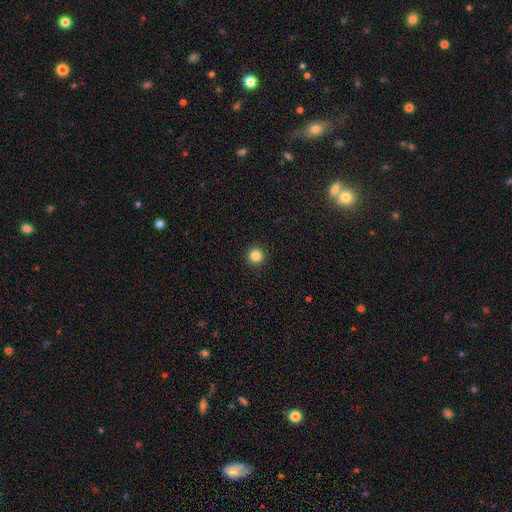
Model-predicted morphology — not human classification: smooth_or_featured: smooth (p=0.85) [alt: star or artifact p=0.11]
how_rounded: round (p=0.96) [alt: in between p=0.03]
merging: none (p=0.94) [alt: minor disturbance p=0.04]